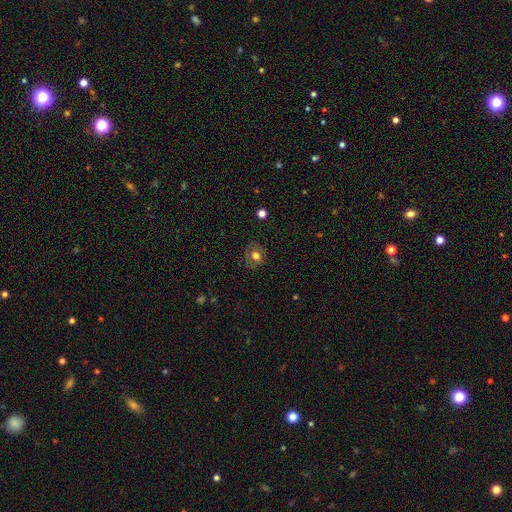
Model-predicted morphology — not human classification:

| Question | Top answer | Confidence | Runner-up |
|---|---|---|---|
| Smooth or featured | smooth | 62% | featured or disk (25%) |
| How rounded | round | 78% | in between (21%) |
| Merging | none | 81% | minor disturbance (13%) |